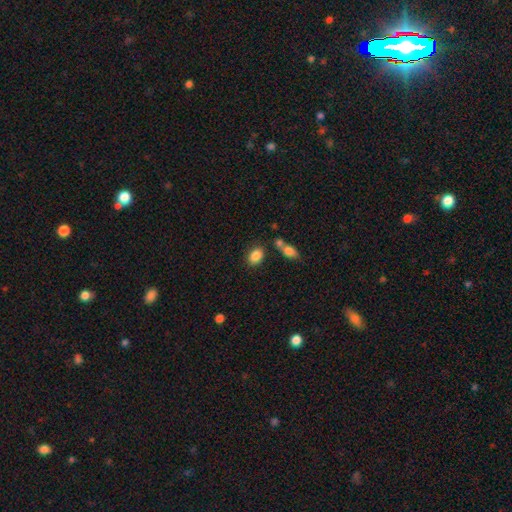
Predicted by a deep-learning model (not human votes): Smooth or featured: smooth — 86% (star or artifact — 8%)
How rounded: in between — 80% (round — 19%)
Merging: none — 72% (merger — 12%)